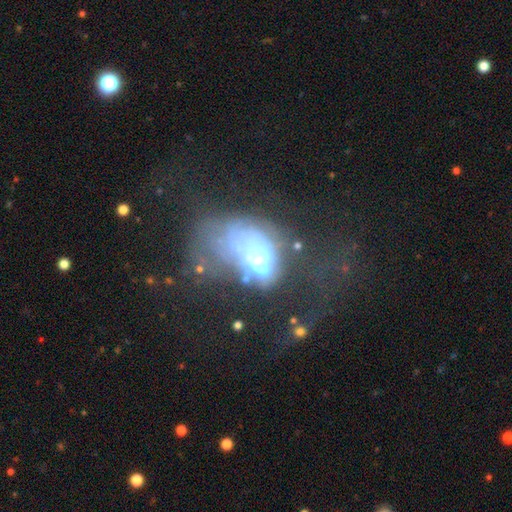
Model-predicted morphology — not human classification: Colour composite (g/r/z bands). It shows a featured or disk galaxy (54%) with no bar (89%), no spiral arms (89%) and no central bulge (29%). Merging: major disturbance (41%).